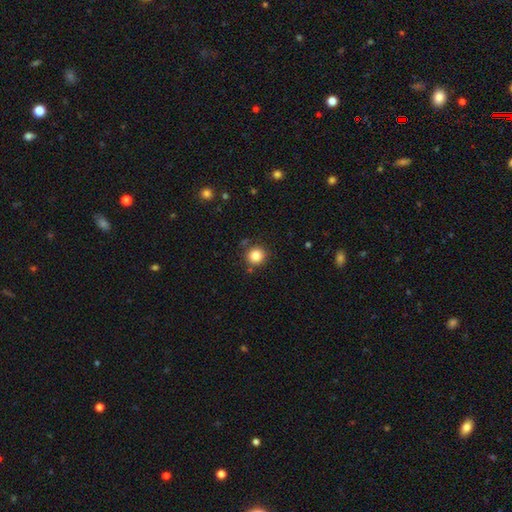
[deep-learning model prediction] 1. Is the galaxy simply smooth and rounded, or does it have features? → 84% smooth, 11% star or artifact, 5% featured or disk.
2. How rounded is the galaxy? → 93% round, 7% in between, 1% cigar-shaped.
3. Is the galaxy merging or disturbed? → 85% none, 9% minor disturbance, 4% merger, 3% major disturbance.